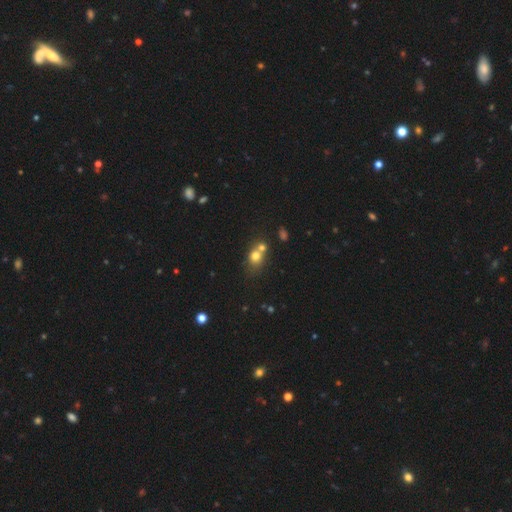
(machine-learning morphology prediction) Q: Smooth or featured?
A: smooth (71%); runner-up: star or artifact (15%)
Q: How rounded?
A: round (64%); runner-up: in between (34%)
Q: Merging?
A: merger (47%); runner-up: none (39%)